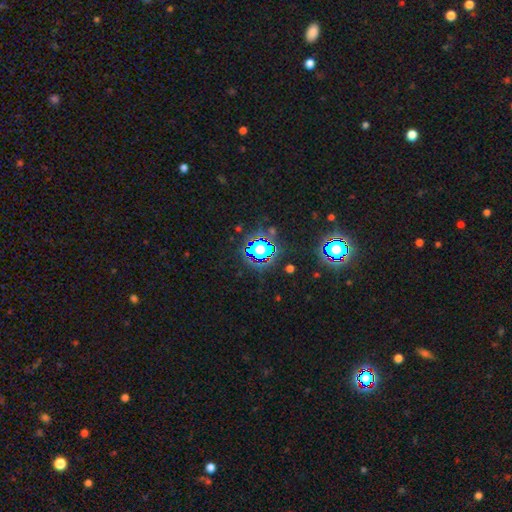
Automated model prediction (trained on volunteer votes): Q: Smooth or featured?
A: star or artifact (64%); runner-up: smooth (24%)